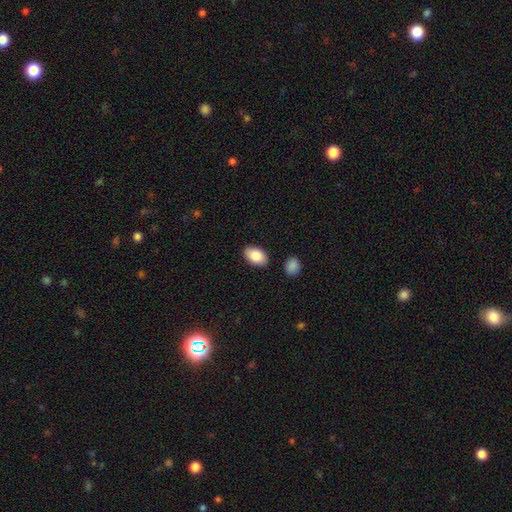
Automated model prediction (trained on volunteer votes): smooth-or-featured: smooth: 87% | featured or disk: 7% | star or artifact: 7%
  how-rounded: in between: 90% | round: 9% | cigar-shaped: 1%
  merging: none: 86% | minor disturbance: 9% | merger: 2% | major disturbance: 2%